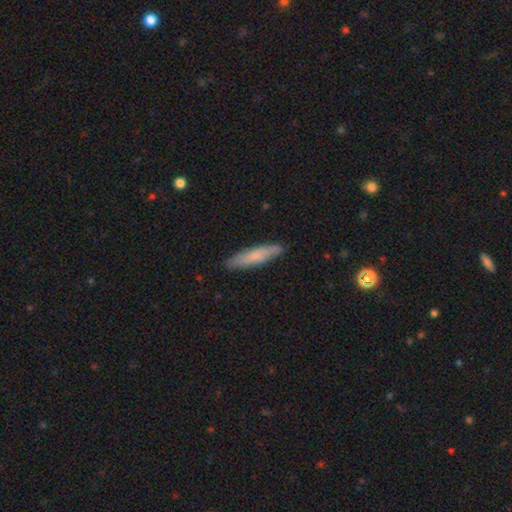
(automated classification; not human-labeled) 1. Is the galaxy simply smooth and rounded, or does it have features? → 72% smooth, 22% featured or disk, 6% star or artifact.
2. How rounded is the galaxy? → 85% cigar-shaped, 14% in between, 1% round.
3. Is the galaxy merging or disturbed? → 88% none, 9% minor disturbance, 2% major disturbance, 1% merger.